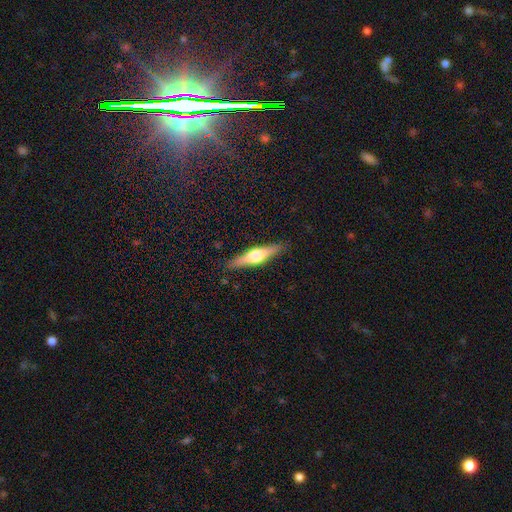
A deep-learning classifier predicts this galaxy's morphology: Smooth or featured?
  - featured or disk: 64% *
  - smooth: 31%
  - star or artifact: 6%
Edge-on disk?
  - yes: 96% *
  - no: 4%
Edge-on bulge?
  - rounded: 92% *
  - boxy: 6%
  - none: 2%
Merging?
  - none: 89% *
  - minor disturbance: 8%
  - major disturbance: 2%
  - merger: 1%